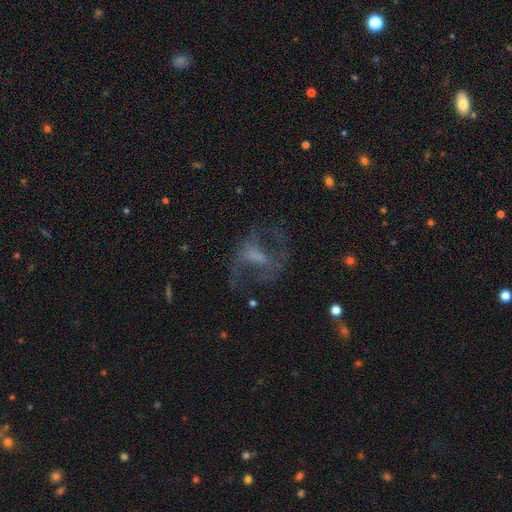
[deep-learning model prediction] Q: Smooth or featured?
A: featured or disk (68%); runner-up: smooth (18%)
Q: Edge-on disk?
A: no (96%); runner-up: yes (4%)
Q: Bar?
A: weak (44%); runner-up: no (32%)
Q: Spiral arms?
A: yes (66%); runner-up: no (34%)
Q: Bulge size?
A: none (39%); runner-up: moderate (26%)
Q: Merging?
A: none (52%); runner-up: major disturbance (30%)